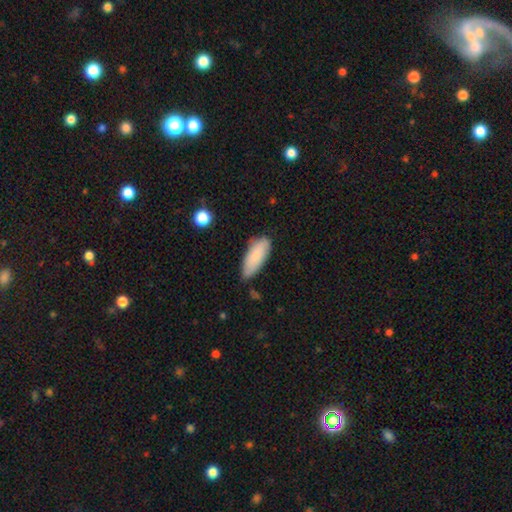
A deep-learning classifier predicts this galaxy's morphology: Smooth or featured?
  - smooth: 84% *
  - featured or disk: 10%
  - star or artifact: 6%
How rounded?
  - in between: 76% *
  - cigar-shaped: 23%
  - round: 2%
Merging?
  - none: 64% *
  - minor disturbance: 30%
  - major disturbance: 4%
  - merger: 3%